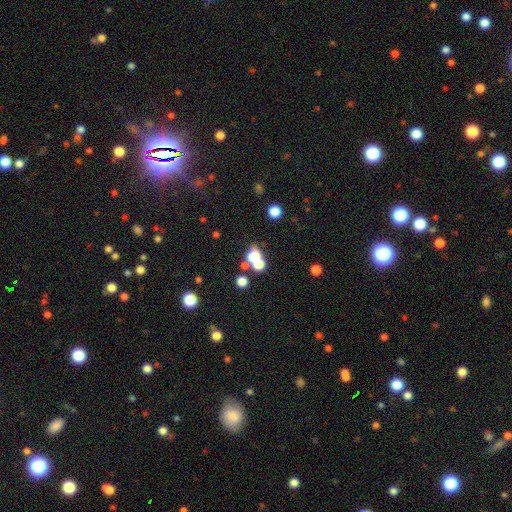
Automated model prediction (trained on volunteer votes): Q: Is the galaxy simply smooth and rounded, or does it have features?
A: smooth — 65%.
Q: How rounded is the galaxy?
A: round — 55%.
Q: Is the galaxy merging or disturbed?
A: merger — 46%.